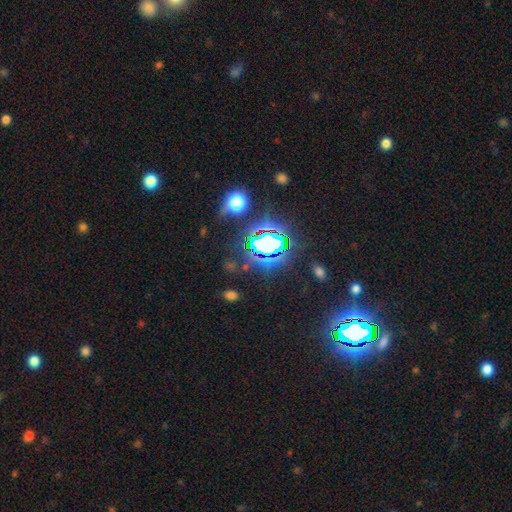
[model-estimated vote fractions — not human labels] star or artifact 80%, smooth 13%, featured or disk 8%.